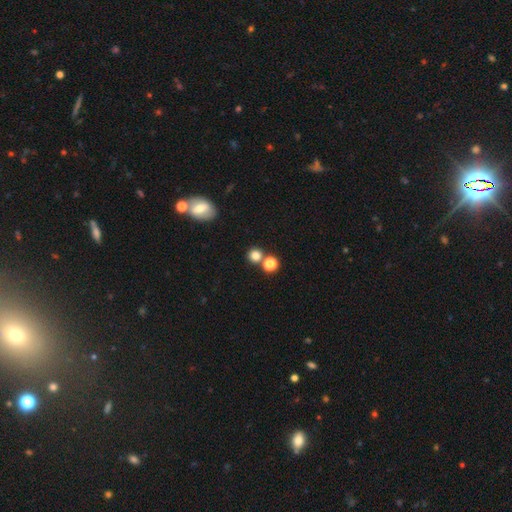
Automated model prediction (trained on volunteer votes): A smooth galaxy with no disk features (79%) that is round (88%).

Vote fractions:
- Smooth or featured? smooth: 79% / star or artifact: 15% / featured or disk: 7%
- How rounded? round: 88% / in between: 11% / cigar-shaped: 1%
- Merging? none: 65% / merger: 25% / minor disturbance: 7% / major disturbance: 3%